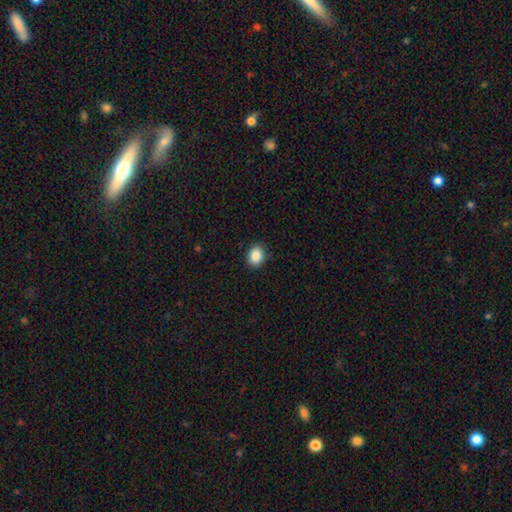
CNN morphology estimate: This appears to be a smooth galaxy with no disk features (88%) that is in between round and cigar-shaped (57%). Merging: none (90%).